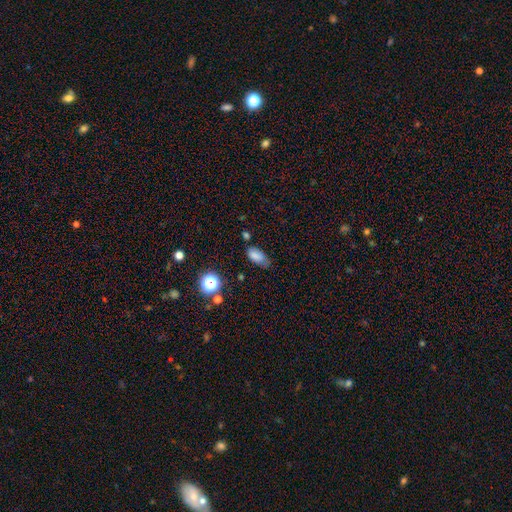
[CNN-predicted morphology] A smooth galaxy with no disk features (79%) that is in between round and cigar-shaped (87%).

Vote fractions:
- Smooth or featured? smooth: 79% / star or artifact: 12% / featured or disk: 9%
- How rounded? in between: 87% / cigar-shaped: 7% / round: 6%
- Merging? none: 54% / minor disturbance: 34% / major disturbance: 9% / merger: 4%